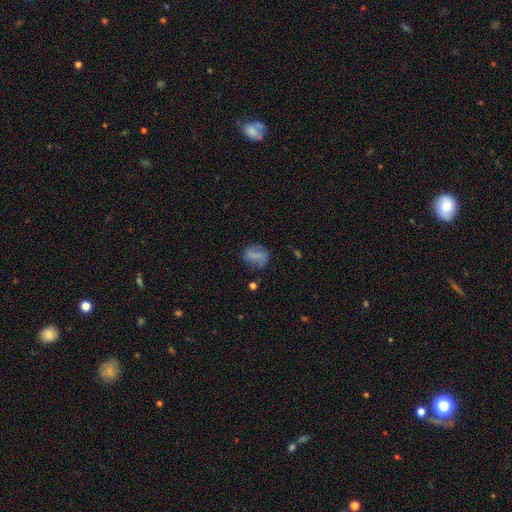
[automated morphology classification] Overall: smooth (56%; featured or disk 33%). How rounded: in between (53%; round 44%). Merging: none (60%; minor disturbance 24%).